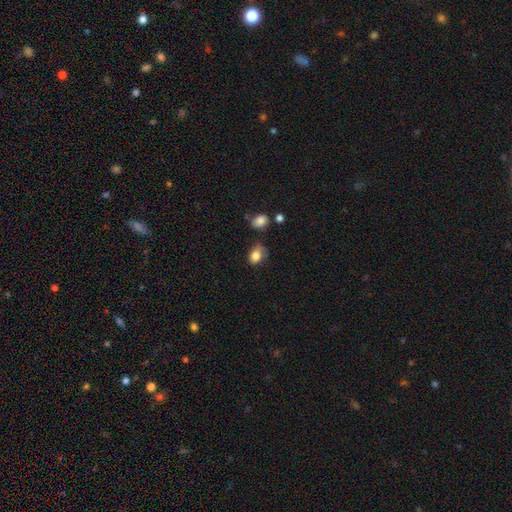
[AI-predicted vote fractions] The model was most divided on "merging": none: 46%, minor disturbance: 36%, major disturbance: 13%, merger: 5%. More confident: smooth or featured — smooth (83%); how rounded — in between (73%).